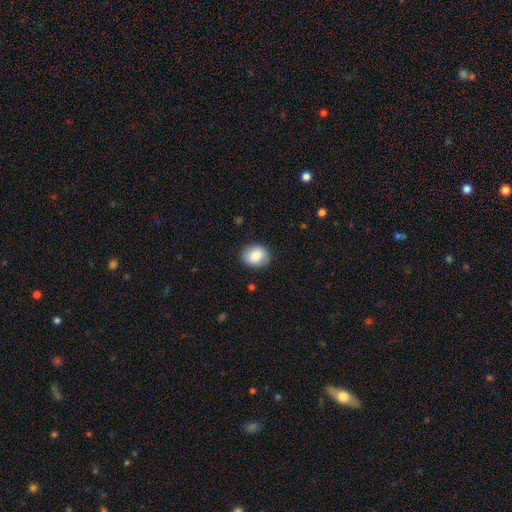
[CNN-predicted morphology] smooth-or-featured: smooth: 83% | featured or disk: 10% | star or artifact: 7%
  how-rounded: round: 59% | in between: 41% | cigar-shaped: 1%
  merging: none: 87% | minor disturbance: 10% | major disturbance: 3% | merger: 1%